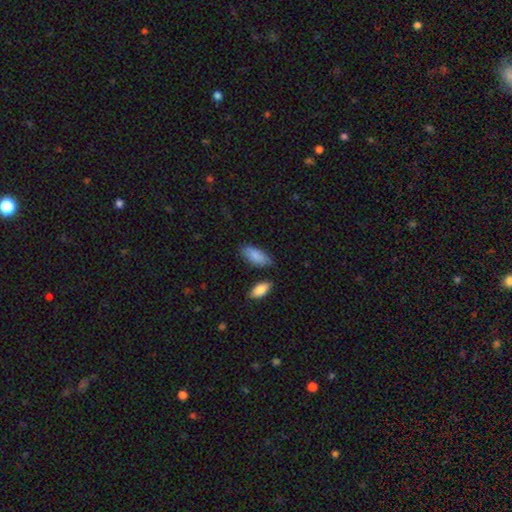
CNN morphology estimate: Smooth or featured? smooth (88%)
How rounded? in between (86%)
Merging? none (76%)